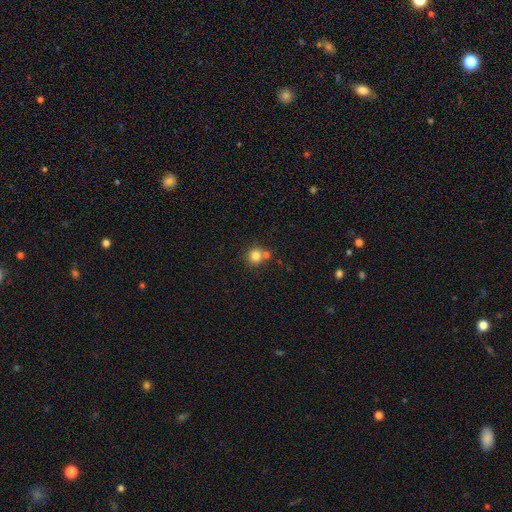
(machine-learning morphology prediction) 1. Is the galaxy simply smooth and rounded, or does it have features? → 81% smooth, 11% star or artifact, 8% featured or disk.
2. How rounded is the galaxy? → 89% round, 10% in between, 1% cigar-shaped.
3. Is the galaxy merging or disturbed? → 60% none, 29% merger, 9% minor disturbance, 3% major disturbance.